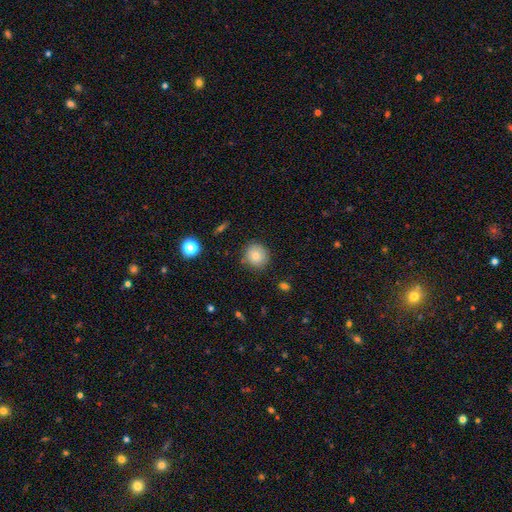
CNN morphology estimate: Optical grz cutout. It shows a smooth galaxy with no disk features (80%) that is round (89%). Merging: none (82%).